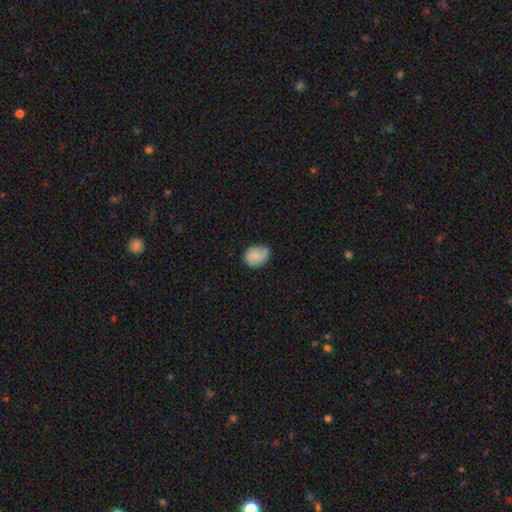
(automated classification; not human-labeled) Smooth or featured? Predicted: smooth (p=0.72). How rounded? Predicted: in between (p=0.57). Merging? Predicted: none (p=0.56).